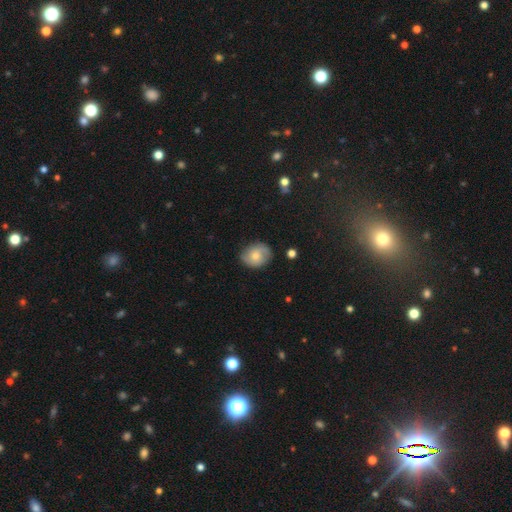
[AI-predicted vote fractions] This appears to be a smooth galaxy with no disk features (59%) that is round (57%). Merging: none (78%).